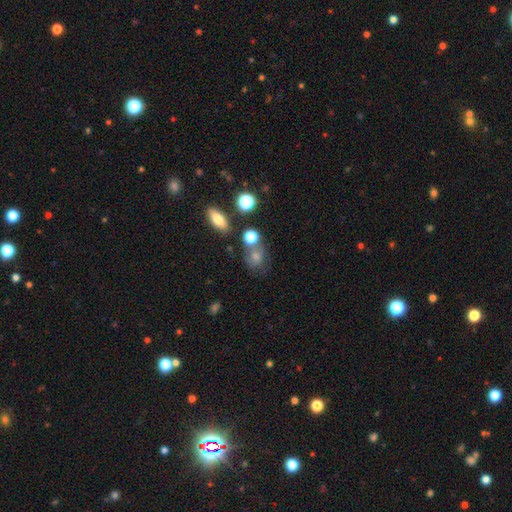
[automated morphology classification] Q: Smooth or featured?
A: smooth (71%); runner-up: star or artifact (16%)
Q: How rounded?
A: round (54%); runner-up: in between (43%)
Q: Merging?
A: none (52%); runner-up: merger (21%)